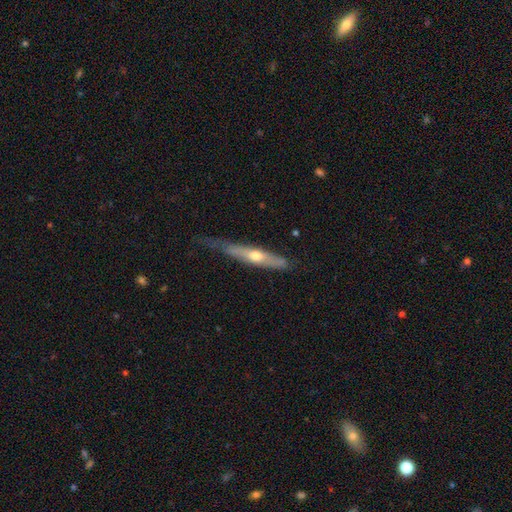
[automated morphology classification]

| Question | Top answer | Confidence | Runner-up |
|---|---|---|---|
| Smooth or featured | featured or disk | 54% | smooth (41%) |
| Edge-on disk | yes | 84% | no (16%) |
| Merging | none | 57% | minor disturbance (31%) |